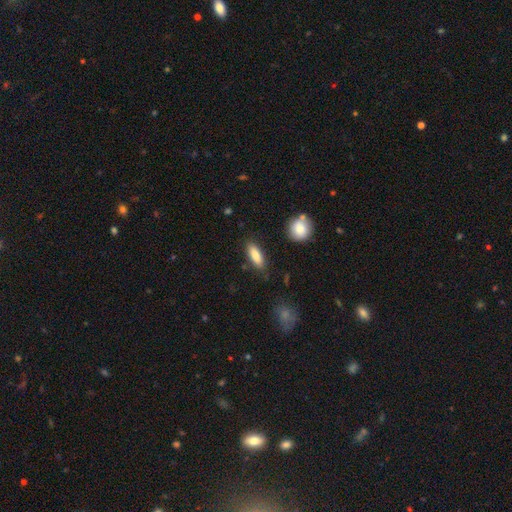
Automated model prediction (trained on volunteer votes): A smooth galaxy with no disk features (85%) that is in between round and cigar-shaped (68%).

Vote fractions:
- Smooth or featured? smooth: 85% / featured or disk: 8% / star or artifact: 7%
- How rounded? in between: 68% / cigar-shaped: 30% / round: 2%
- Merging? none: 84% / minor disturbance: 11% / major disturbance: 3% / merger: 2%